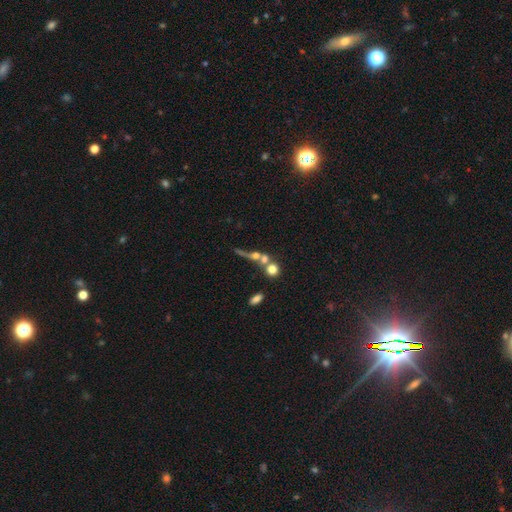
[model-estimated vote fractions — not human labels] Overall: smooth (48%; featured or disk 36%). Merging: merger (47%; none 33%).